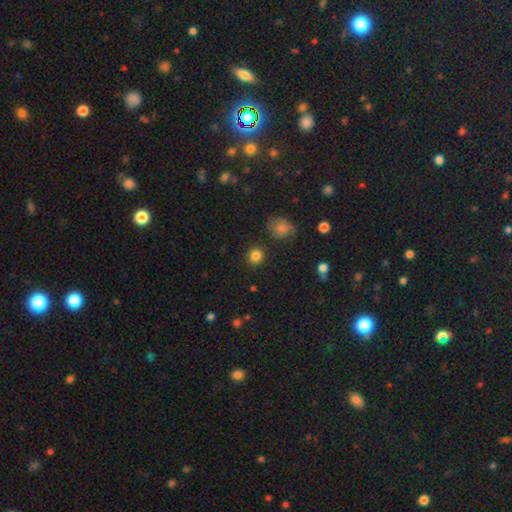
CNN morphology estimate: This appears to be a smooth galaxy with no disk features (85%) that is round (84%). Merging: none (87%).